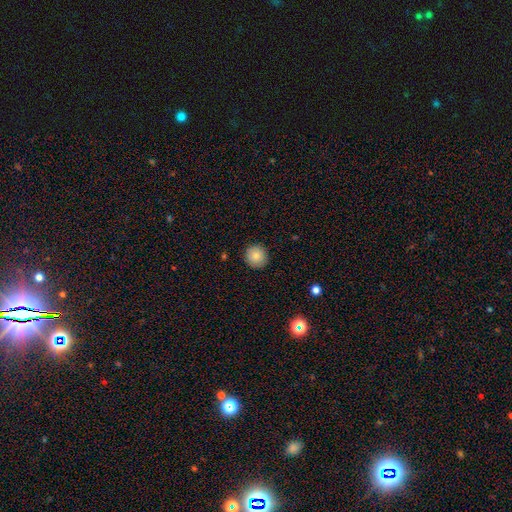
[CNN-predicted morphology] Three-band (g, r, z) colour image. It shows a smooth galaxy with no disk features (84%) that is round (93%). Merging: none (91%).